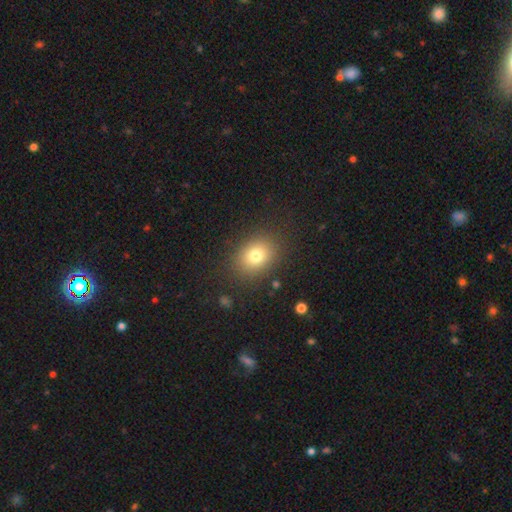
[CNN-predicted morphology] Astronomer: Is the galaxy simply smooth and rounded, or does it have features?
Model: smooth — 77%.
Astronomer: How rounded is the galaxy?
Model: round — 50% (runner-up: in between, 49%).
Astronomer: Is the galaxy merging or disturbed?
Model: none — 85%.